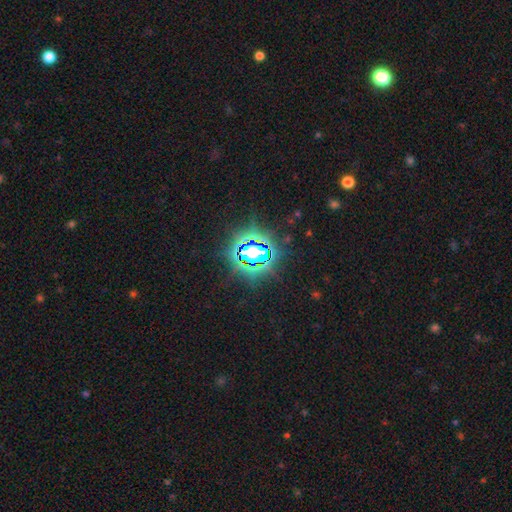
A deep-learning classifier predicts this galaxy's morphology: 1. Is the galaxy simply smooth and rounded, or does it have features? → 81% star or artifact, 11% smooth, 8% featured or disk.